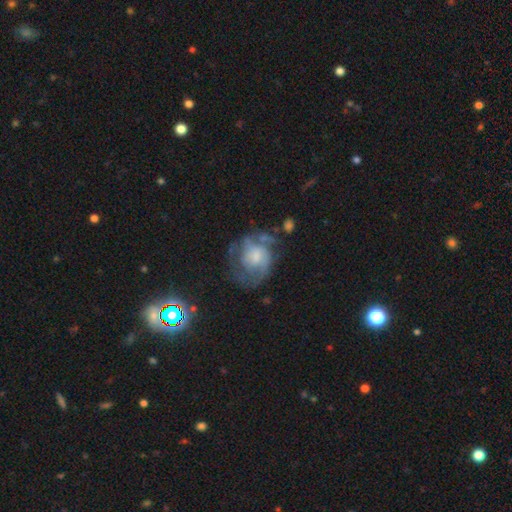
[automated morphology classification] smooth_or_featured: featured or disk (p=0.68) [alt: smooth p=0.21]
disk_edge_on: no (p=0.98) [alt: yes p=0.02]
bar: no (p=0.72) [alt: weak p=0.24]
has_spiral_arms: yes (p=0.82) [alt: no p=0.18]
spiral_winding: medium (p=0.43) [alt: tight p=0.42]
spiral_arm_count: can't tell (p=0.37) [alt: 2 p=0.33]
bulge_size: small (p=0.42) [alt: moderate p=0.34]
merging: none (p=0.54) [alt: minor disturbance p=0.22]